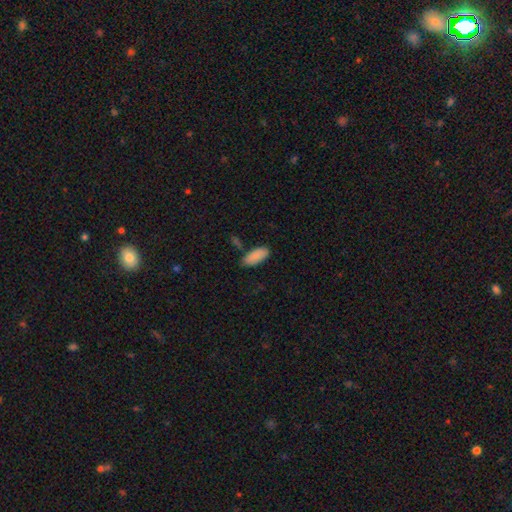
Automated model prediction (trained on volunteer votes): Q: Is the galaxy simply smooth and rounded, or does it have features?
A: smooth — 88%.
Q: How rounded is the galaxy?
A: in between — 87%.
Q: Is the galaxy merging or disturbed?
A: none — 76%.